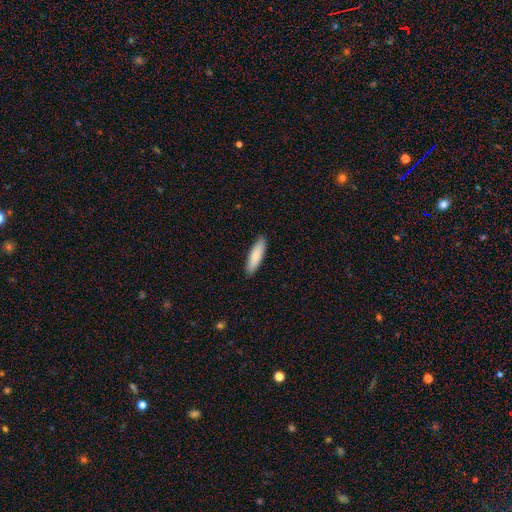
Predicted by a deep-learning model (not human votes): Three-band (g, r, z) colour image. It shows a smooth galaxy with no disk features (84%) that is cigar-shaped (64%). Merging: none (90%).